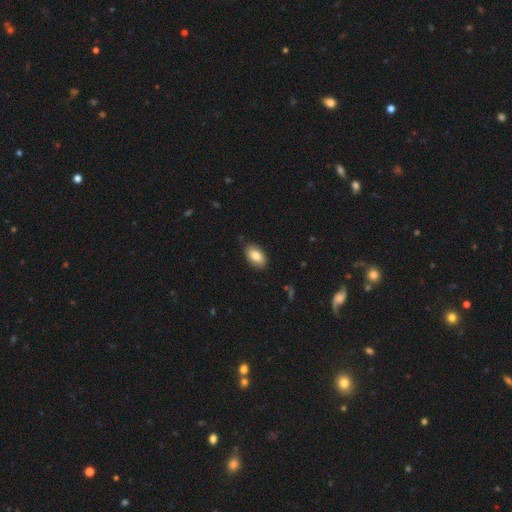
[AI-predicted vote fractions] The model was most divided on "smooth or featured": smooth: 83%, featured or disk: 10%, star or artifact: 7%. More confident: how rounded — in between (93%); merging — none (86%).